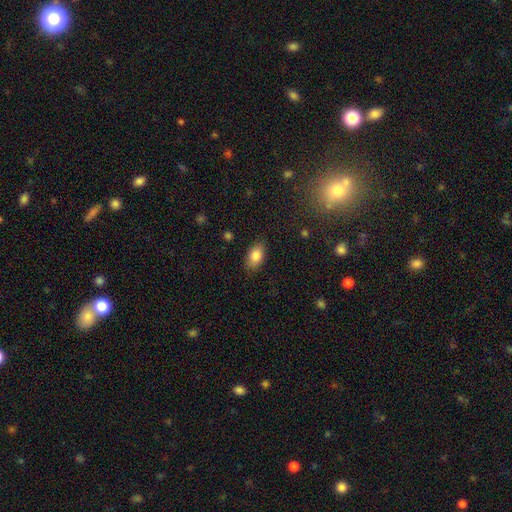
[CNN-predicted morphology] This is clearly a smooth galaxy (84%). How rounded: clearly in between (90%). Merging: clearly none (82%).